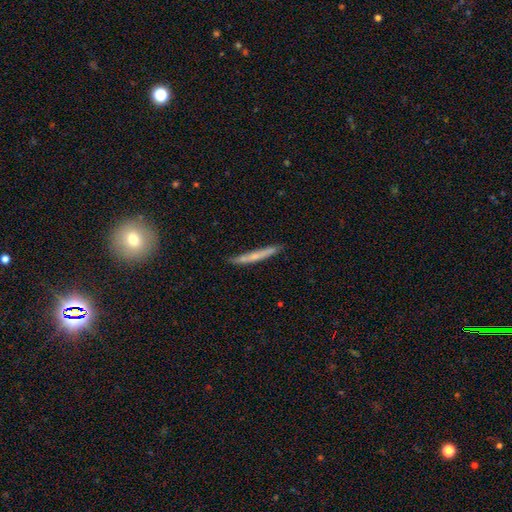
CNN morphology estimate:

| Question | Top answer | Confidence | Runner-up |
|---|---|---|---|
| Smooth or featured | smooth | 53% | featured or disk (41%) |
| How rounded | cigar-shaped | 96% | in between (2%) |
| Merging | none | 83% | minor disturbance (14%) |